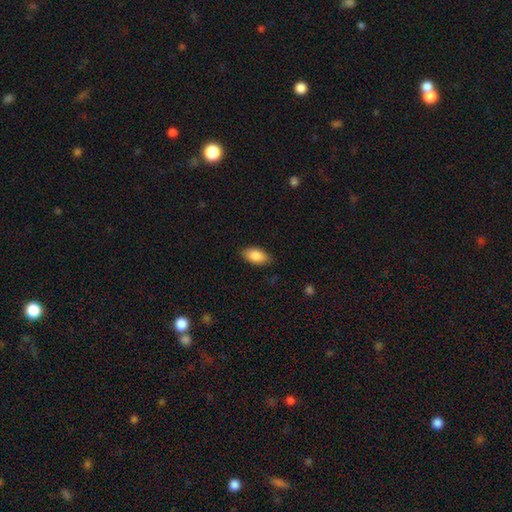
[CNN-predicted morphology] The model was most divided on "merging": none: 84%, minor disturbance: 12%, major disturbance: 3%, merger: 1%. More confident: how rounded — in between (93%); smooth or featured — smooth (87%).